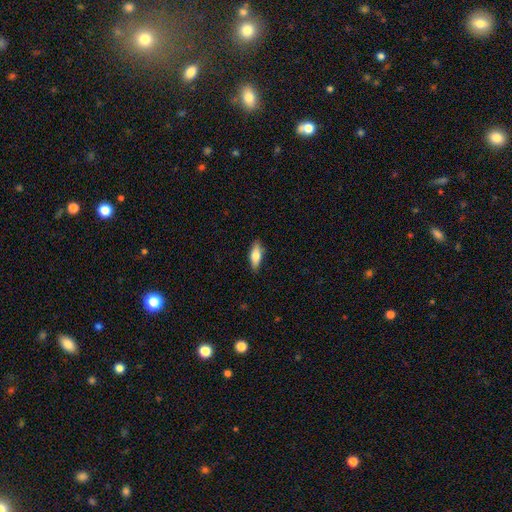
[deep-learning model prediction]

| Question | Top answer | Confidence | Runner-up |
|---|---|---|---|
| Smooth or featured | smooth | 71% | featured or disk (23%) |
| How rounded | in between | 67% | cigar-shaped (30%) |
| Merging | none | 86% | minor disturbance (11%) |